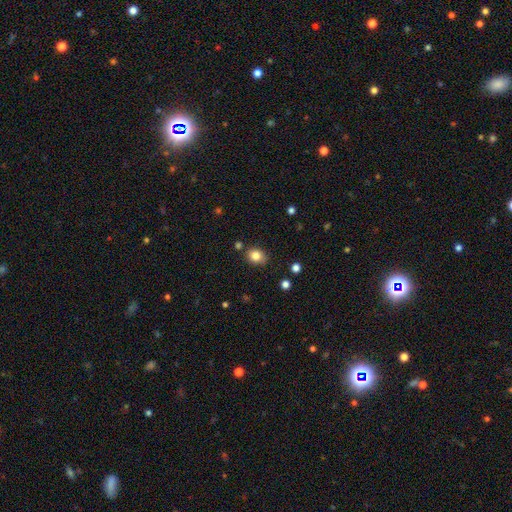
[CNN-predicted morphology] A smooth galaxy with no disk features (83%) that is round (59%). Merging: none (79%).